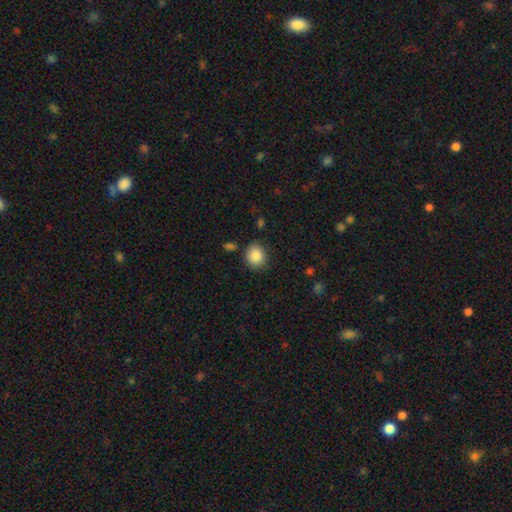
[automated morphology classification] Overall: smooth (88%). How rounded: round (75%). Merging: none (83%).